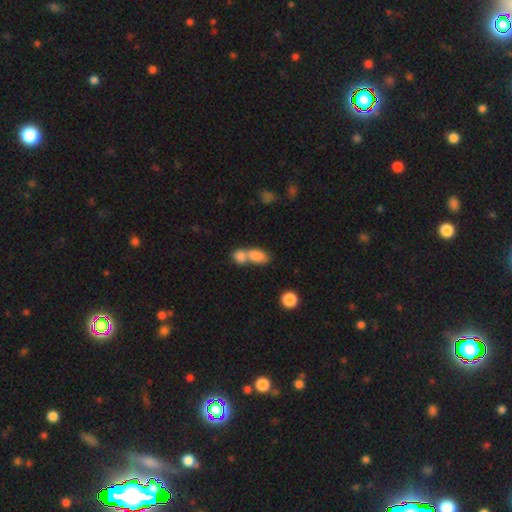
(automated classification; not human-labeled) smooth-or-featured: smooth: 83% | featured or disk: 9% | star or artifact: 8%
  how-rounded: in between: 82% | round: 13% | cigar-shaped: 4%
  merging: merger: 65% | none: 25% | minor disturbance: 7% | major disturbance: 4%